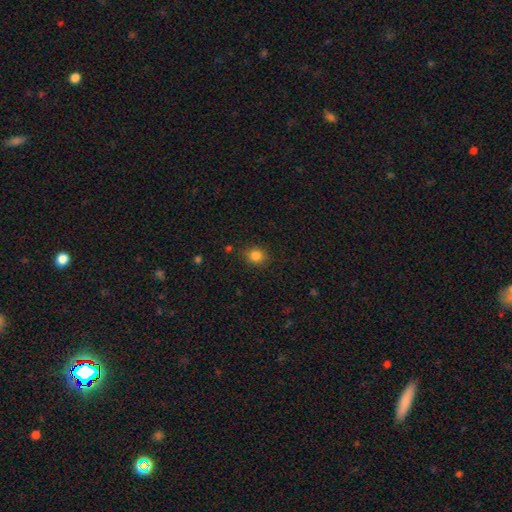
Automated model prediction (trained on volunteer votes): The model was most divided on "how rounded": round: 71%, in between: 29%, cigar-shaped: 1%. More confident: merging — none (84%); smooth or featured — smooth (84%).